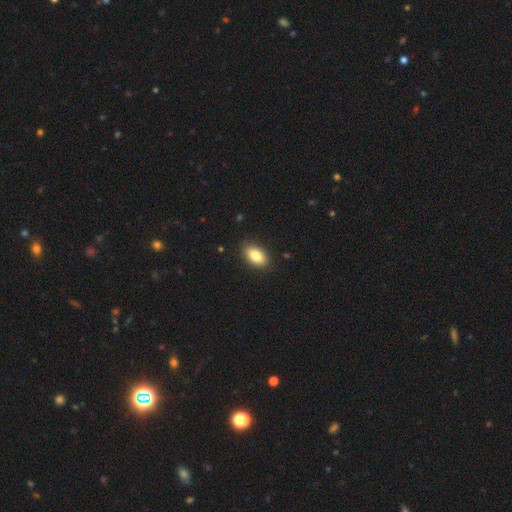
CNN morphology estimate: This is clearly a smooth galaxy (85%). How rounded: clearly in between (91%). Merging: clearly none (87%).